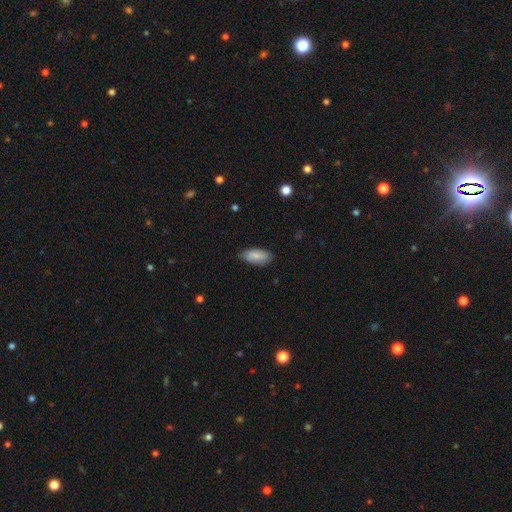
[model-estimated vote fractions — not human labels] smooth 77%, featured or disk 16%, star or artifact 6%. Down the decision tree: how rounded — in between (92%); merging — none (77%).